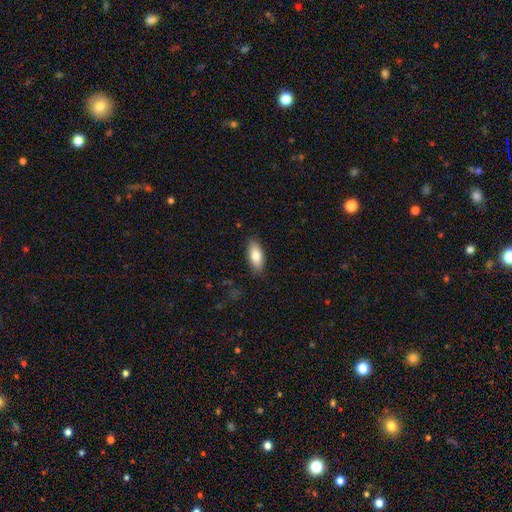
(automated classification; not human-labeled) smooth-or-featured: smooth: 80% | featured or disk: 14% | star or artifact: 6%
  how-rounded: in between: 86% | cigar-shaped: 12% | round: 2%
  merging: none: 87% | minor disturbance: 10% | major disturbance: 2% | merger: 1%